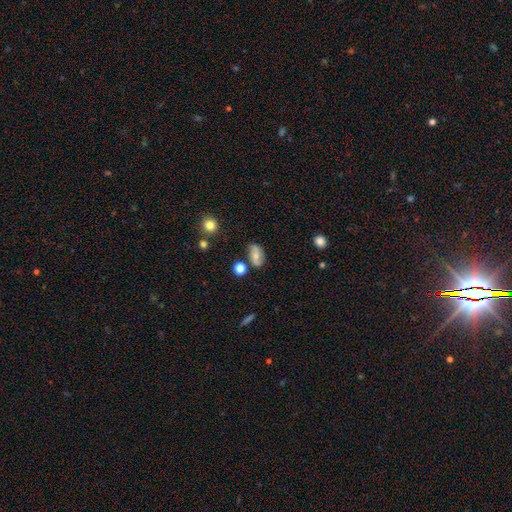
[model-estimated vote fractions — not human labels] Overall: smooth (49%; featured or disk 40%). Merging: none (66%).